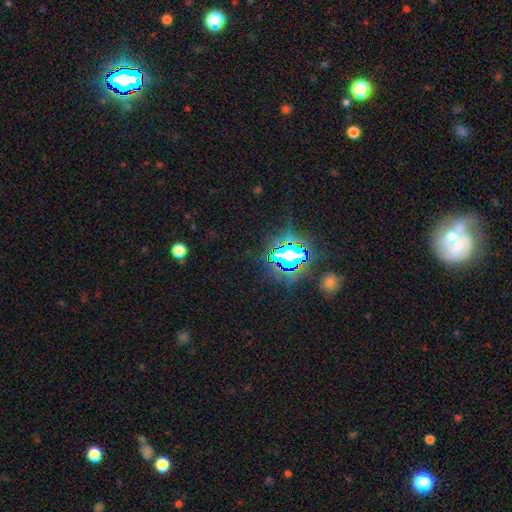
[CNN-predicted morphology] This appears to be a star or artifact, not a galaxy (79%).